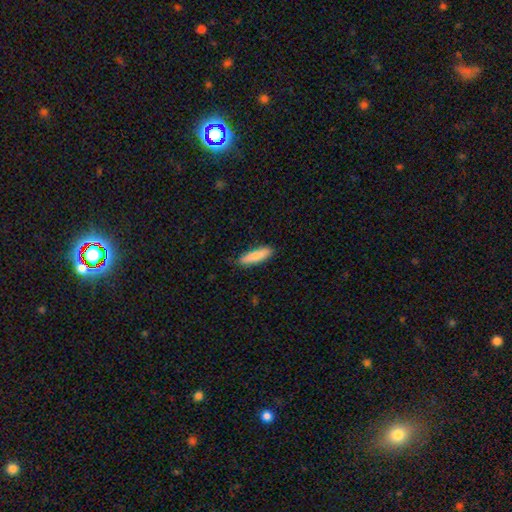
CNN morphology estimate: This appears to be a smooth galaxy with no disk features (85%) that is cigar-shaped (67%). Merging: none (85%).